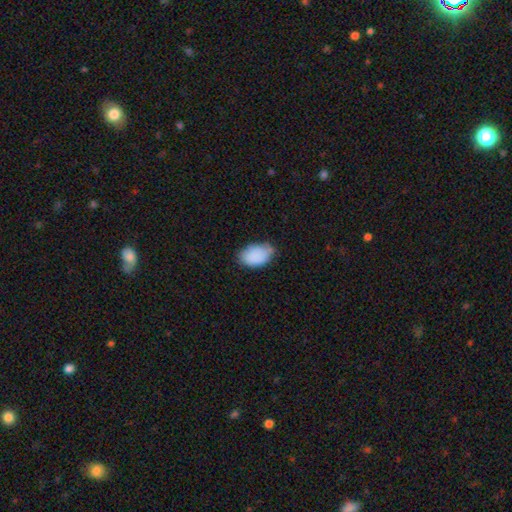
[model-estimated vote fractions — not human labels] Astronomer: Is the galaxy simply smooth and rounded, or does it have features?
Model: smooth — 87%.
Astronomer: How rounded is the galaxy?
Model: in between — 90%.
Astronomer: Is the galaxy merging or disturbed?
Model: none — 59%.